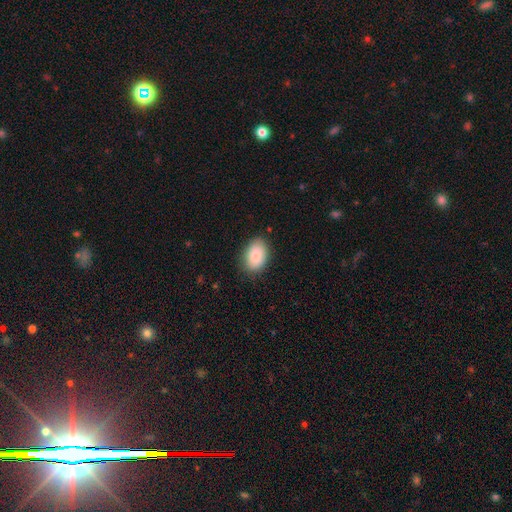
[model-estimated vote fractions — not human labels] This appears to be a smooth galaxy with no disk features (86%) that is in between round and cigar-shaped (88%). Merging: none (85%).